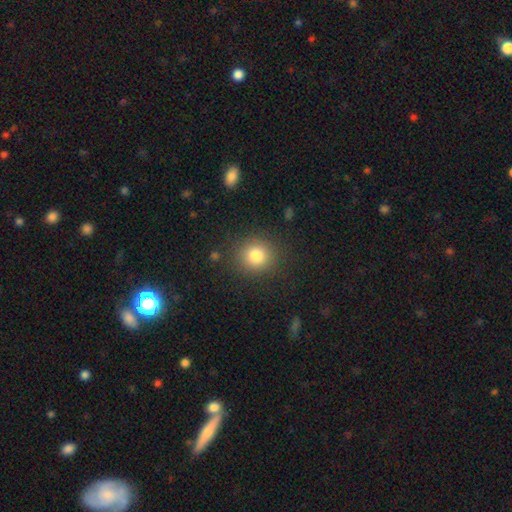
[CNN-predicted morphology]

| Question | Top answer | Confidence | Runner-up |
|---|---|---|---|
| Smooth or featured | smooth | 81% | star or artifact (12%) |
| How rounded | round | 88% | in between (11%) |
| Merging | none | 87% | minor disturbance (8%) |